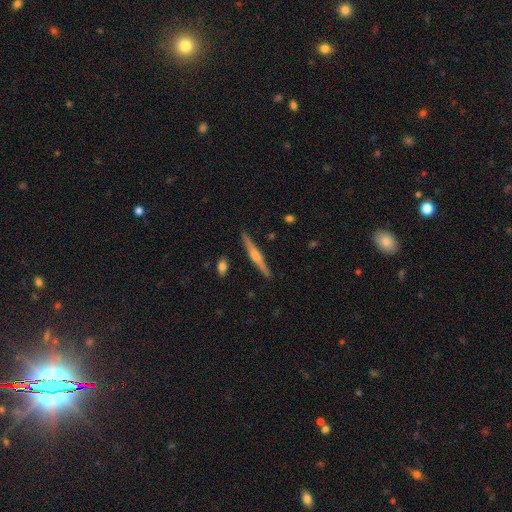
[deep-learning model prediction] This appears to be a featured or disk galaxy (68%) viewed edge-on (98%) with a rounded central bulge (76%). Merging: none (91%).